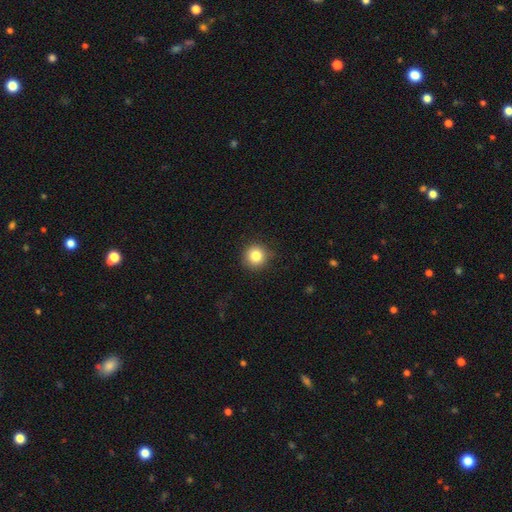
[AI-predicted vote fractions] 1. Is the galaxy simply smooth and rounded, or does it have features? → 82% smooth, 11% star or artifact, 7% featured or disk.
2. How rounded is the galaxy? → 94% round, 5% in between, 1% cigar-shaped.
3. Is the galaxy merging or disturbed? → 89% none, 8% minor disturbance, 2% major disturbance, 1% merger.